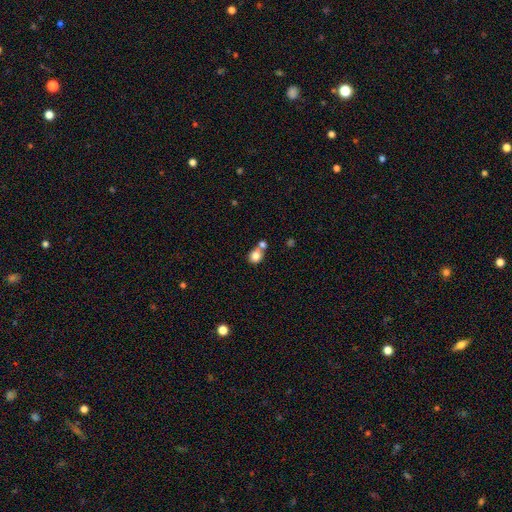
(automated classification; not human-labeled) smooth-or-featured: smooth: 81% | star or artifact: 10% | featured or disk: 10%
  how-rounded: round: 71% | in between: 28% | cigar-shaped: 1%
  merging: merger: 43% (tied) | none: 43% (tied) | minor disturbance: 10% | major disturbance: 4%